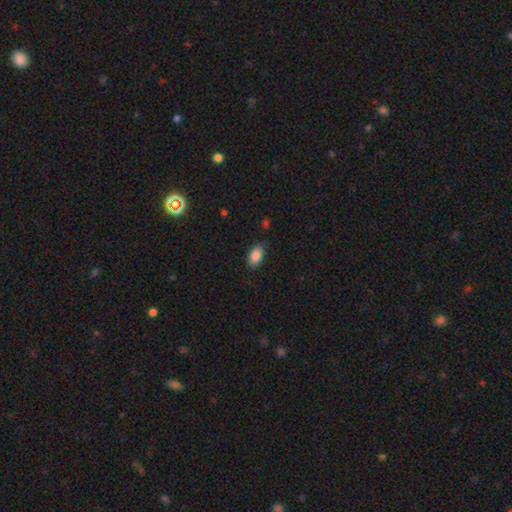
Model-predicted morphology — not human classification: This is clearly a smooth galaxy (86%). How rounded: clearly in between (91%). Merging: clearly none (80%).